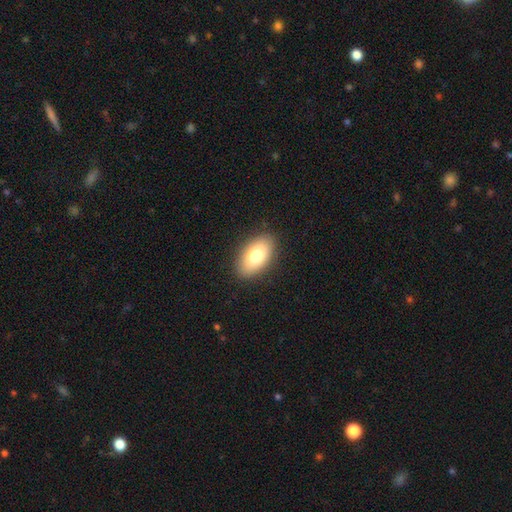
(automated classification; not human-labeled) Smooth or featured: smooth — 79% (featured or disk — 14%)
How rounded: in between — 94% (round — 4%)
Merging: none — 88% (minor disturbance — 9%)